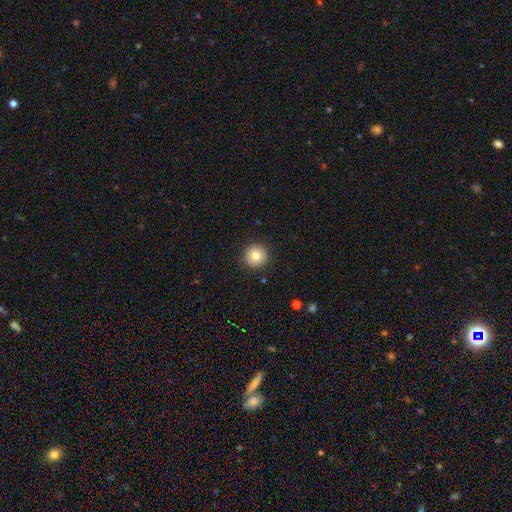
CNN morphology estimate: Smooth or featured?
  - smooth: 79% *
  - featured or disk: 11%
  - star or artifact: 9%
How rounded?
  - round: 96% *
  - in between: 3%
  - cigar-shaped: 1%
Merging?
  - none: 92% *
  - minor disturbance: 6%
  - major disturbance: 2%
  - merger: 1%